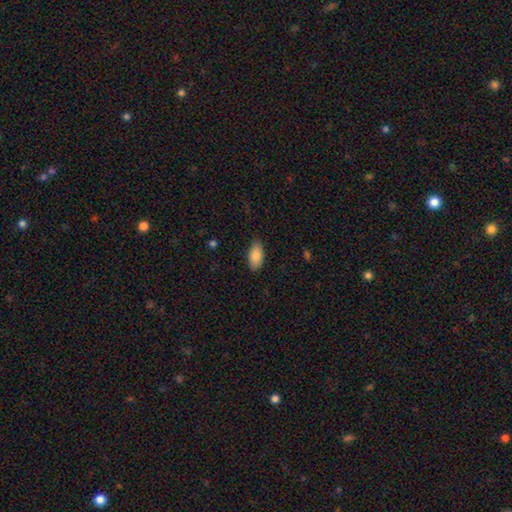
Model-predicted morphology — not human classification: Overall: smooth (87%). How rounded: in between (93%). Merging: none (84%).